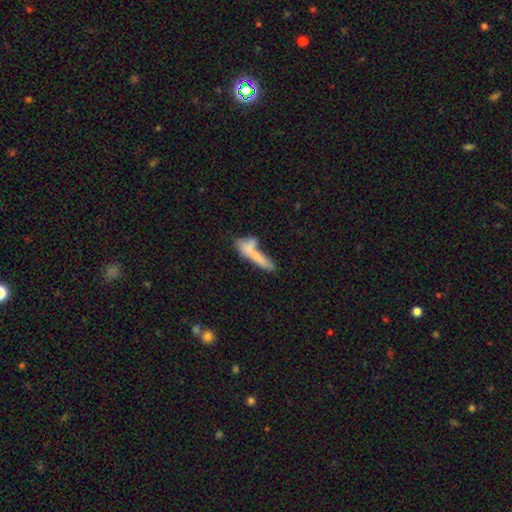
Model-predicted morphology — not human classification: This is likely a smooth galaxy (63%). How rounded: likely cigar-shaped (77%). Merging: marginally merger (41%).